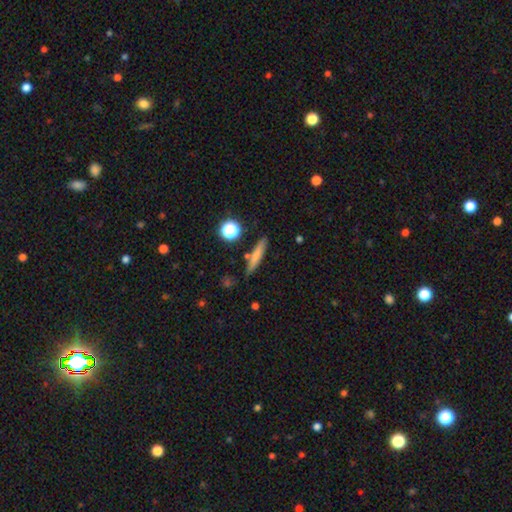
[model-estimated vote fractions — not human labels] A smooth galaxy with no disk features (70%) that is cigar-shaped (86%).

Vote fractions:
- Smooth or featured? smooth: 70% / featured or disk: 21% / star or artifact: 10%
- How rounded? cigar-shaped: 86% / in between: 10% / round: 4%
- Merging? none: 81% / minor disturbance: 11% / merger: 5% / major disturbance: 3%